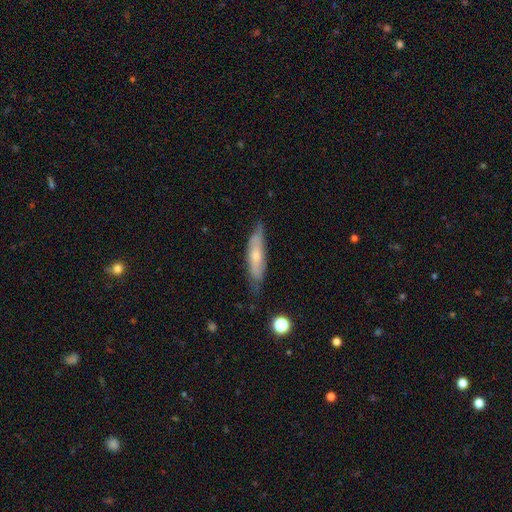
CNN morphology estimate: Smooth or featured: featured or disk — 47% (smooth — 46%)
Merging: none — 70% (minor disturbance — 24%)